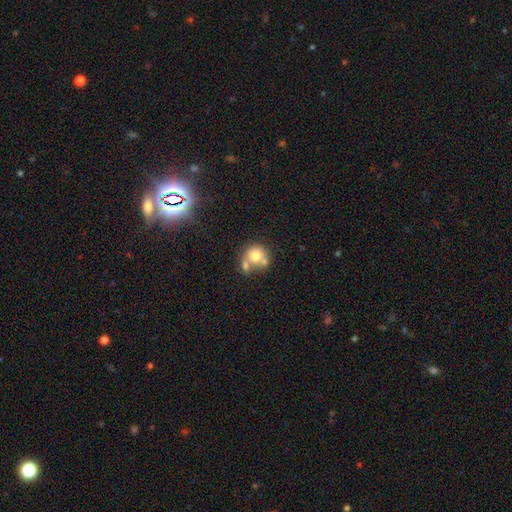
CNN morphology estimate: This appears to be a smooth galaxy with no disk features (70%) that is round (82%). Merging: merger (46%).